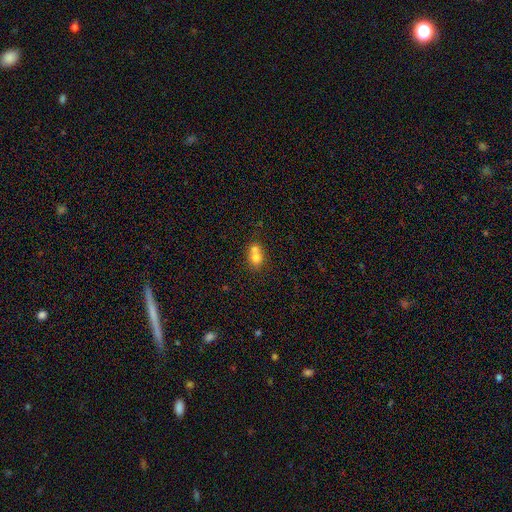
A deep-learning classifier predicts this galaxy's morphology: Smooth or featured?
  - smooth: 73% *
  - featured or disk: 17%
  - star or artifact: 11%
How rounded?
  - round: 67% *
  - in between: 32%
  - cigar-shaped: 1%
Merging?
  - merger: 65% *
  - none: 27%
  - minor disturbance: 6%
  - major disturbance: 2%